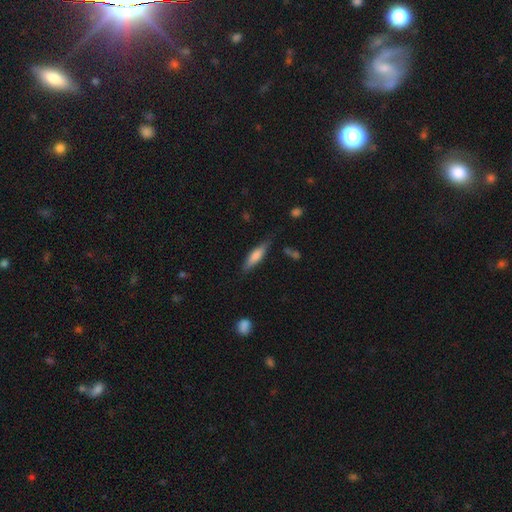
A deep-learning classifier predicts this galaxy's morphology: smooth_or_featured: smooth (p=0.69) [alt: featured or disk p=0.25]
how_rounded: cigar-shaped (p=0.67) [alt: in between p=0.31]
merging: none (p=0.77) [alt: minor disturbance p=0.16]